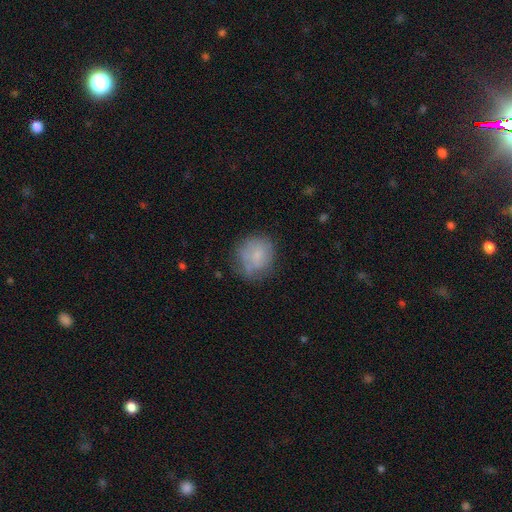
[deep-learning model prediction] A smooth galaxy with no disk features (67%) that is round (76%). Merging: none (55%).